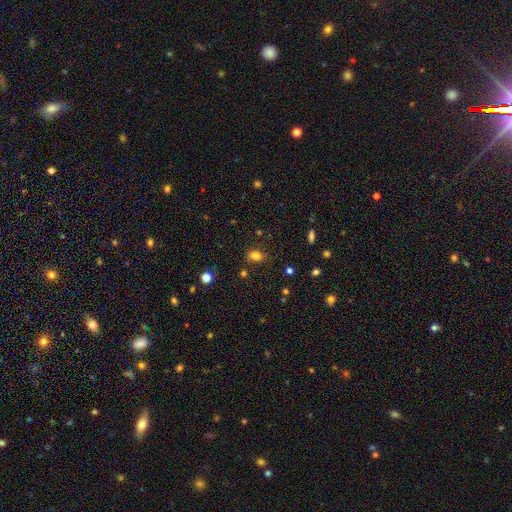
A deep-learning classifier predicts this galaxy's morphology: smooth_or_featured: smooth (p=0.81) [alt: star or artifact p=0.14]
how_rounded: in between (p=0.81) [alt: round p=0.17]
merging: none (p=0.78) [alt: minor disturbance p=0.14]